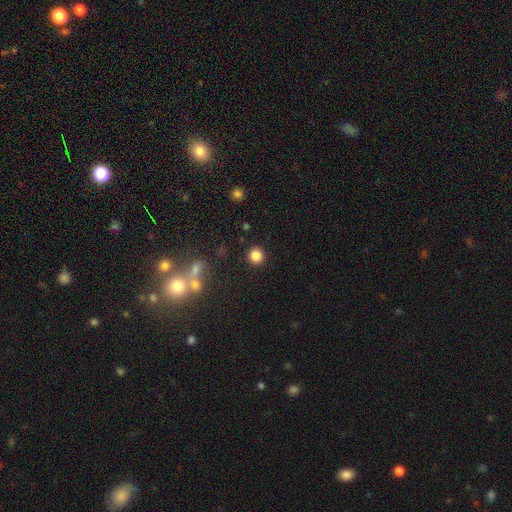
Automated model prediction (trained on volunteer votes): This is clearly a smooth galaxy (84%). How rounded: clearly round (92%). Merging: clearly none (90%).